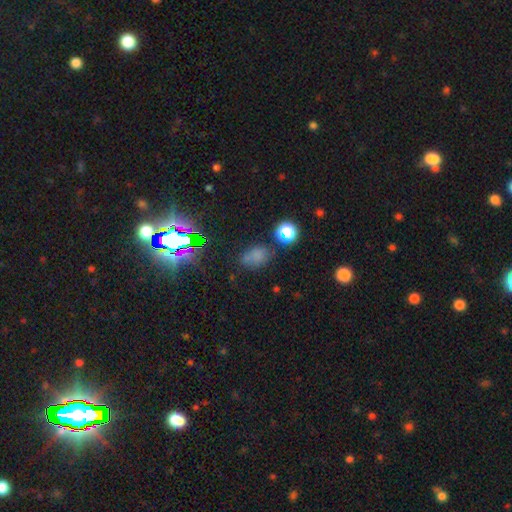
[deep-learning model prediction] This appears to be a smooth galaxy with no disk features (61%) that is in between round and cigar-shaped (67%). Merging: none (60%).